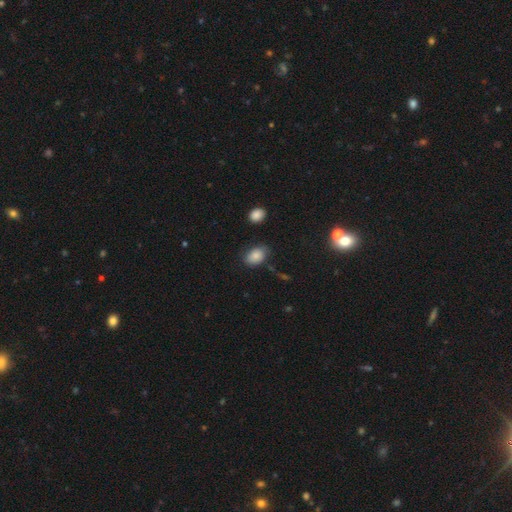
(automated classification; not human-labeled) A smooth galaxy with no disk features (84%) that is in between round and cigar-shaped (83%).

Vote fractions:
- Smooth or featured? smooth: 84% / star or artifact: 9% / featured or disk: 7%
- How rounded? in between: 83% / round: 15% / cigar-shaped: 1%
- Merging? none: 73% / minor disturbance: 19% / major disturbance: 5% / merger: 3%